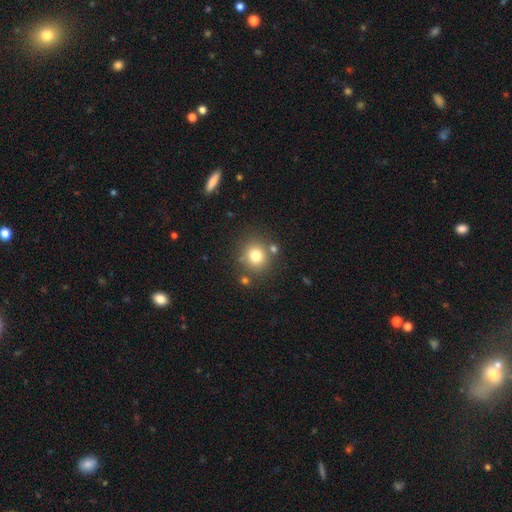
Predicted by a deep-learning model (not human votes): A smooth galaxy with no disk features (77%) that is round (87%).

Vote fractions:
- Smooth or featured? smooth: 77% / star or artifact: 13% / featured or disk: 10%
- How rounded? round: 87% / in between: 12% / cigar-shaped: 1%
- Merging? none: 78% / minor disturbance: 10% / merger: 9% / major disturbance: 4%